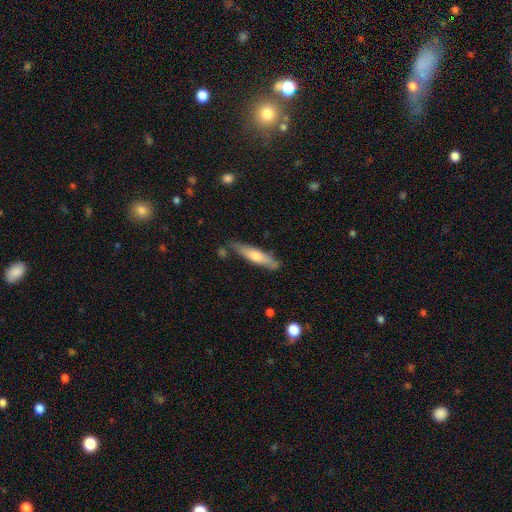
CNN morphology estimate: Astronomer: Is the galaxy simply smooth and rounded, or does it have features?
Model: smooth — 49% (runner-up: featured or disk, 44%).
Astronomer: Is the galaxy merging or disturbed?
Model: none — 79%.